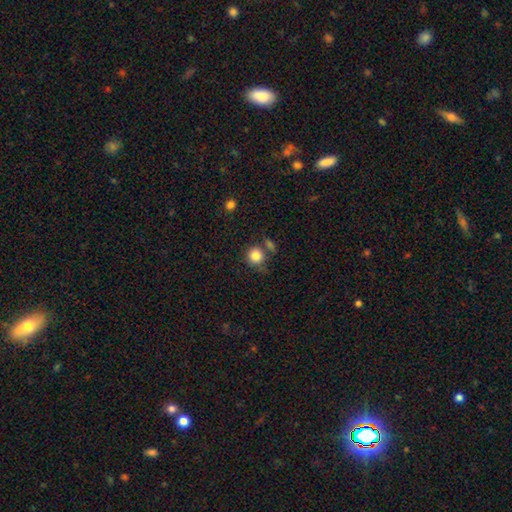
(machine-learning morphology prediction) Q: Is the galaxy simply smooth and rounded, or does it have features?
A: smooth — 84%.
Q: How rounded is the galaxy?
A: round — 87%.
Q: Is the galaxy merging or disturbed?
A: none — 64%.